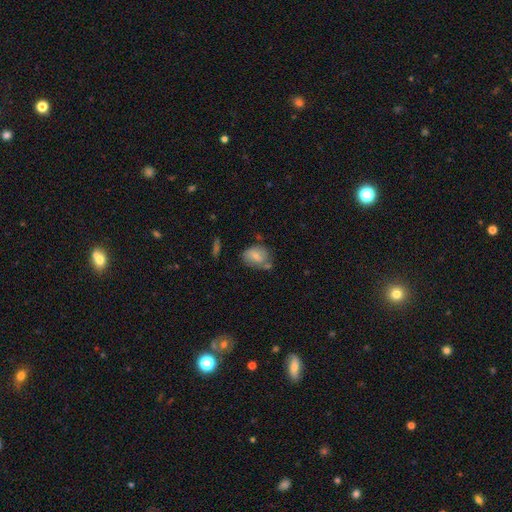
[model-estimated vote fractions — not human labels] A smooth galaxy with no disk features (66%) that is in between round and cigar-shaped (59%).

Vote fractions:
- Smooth or featured? smooth: 66% / featured or disk: 26% / star or artifact: 8%
- How rounded? in between: 59% / round: 39% / cigar-shaped: 1%
- Merging? none: 52% / minor disturbance: 26% / merger: 13% / major disturbance: 9%